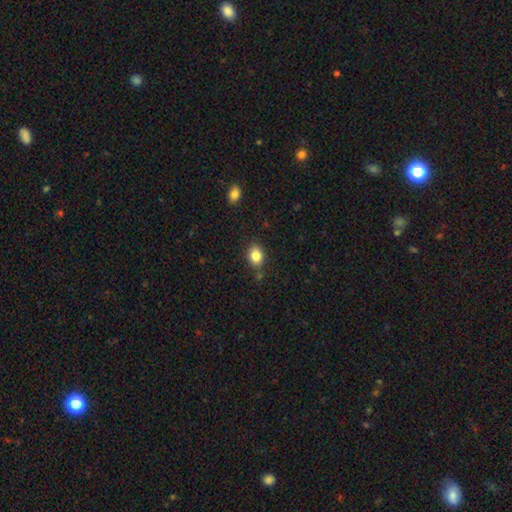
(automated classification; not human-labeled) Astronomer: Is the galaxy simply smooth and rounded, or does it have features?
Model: smooth — 84%.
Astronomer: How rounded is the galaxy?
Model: in between — 64%.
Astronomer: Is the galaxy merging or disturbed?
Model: none — 79%.